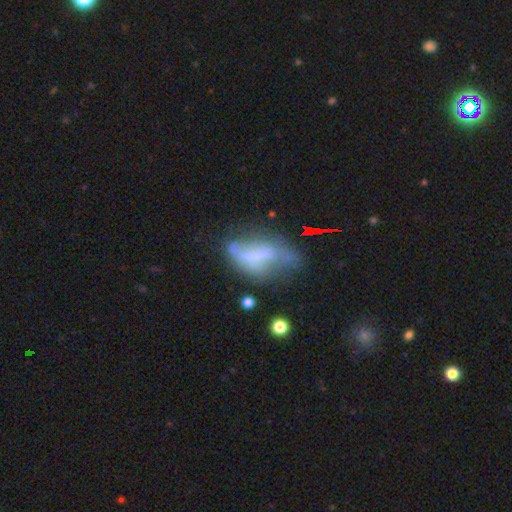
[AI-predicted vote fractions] Smooth or featured? Predicted: featured or disk (p=0.46). Merging? Predicted: none (p=0.30, tied with major disturbance).